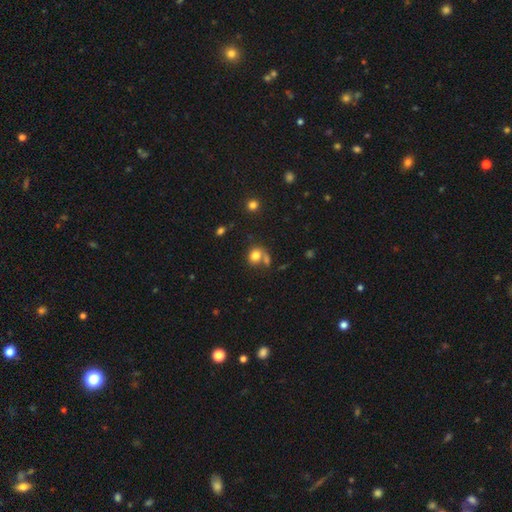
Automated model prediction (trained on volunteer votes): A smooth galaxy with no disk features (79%) that is round (66%).

Vote fractions:
- Smooth or featured? smooth: 79% / star or artifact: 11% / featured or disk: 10%
- How rounded? round: 66% / in between: 33% / cigar-shaped: 1%
- Merging? none: 47% / merger: 33% / minor disturbance: 13% / major disturbance: 7%